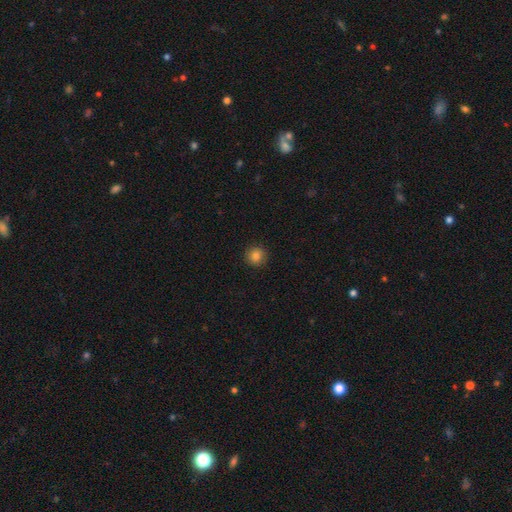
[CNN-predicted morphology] This appears to be a smooth galaxy with no disk features (84%) that is round (92%). Merging: none (90%).